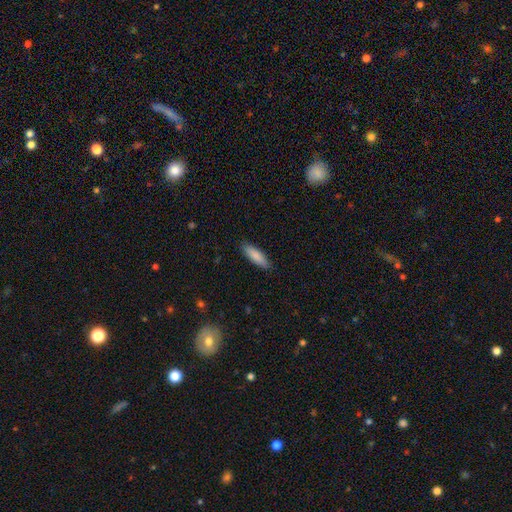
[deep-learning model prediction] Smooth or featured?
  - smooth: 86% *
  - featured or disk: 9%
  - star or artifact: 6%
How rounded?
  - cigar-shaped: 57% *
  - in between: 41%
  - round: 1%
Merging?
  - none: 88% *
  - minor disturbance: 9%
  - major disturbance: 2%
  - merger: 1%